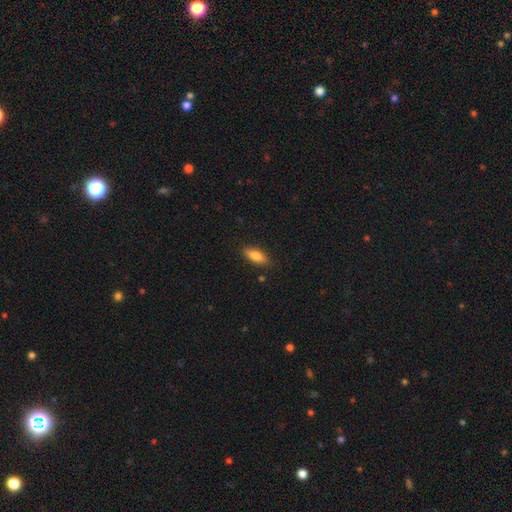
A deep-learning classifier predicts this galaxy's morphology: This is likely a smooth galaxy (79%). How rounded: likely in between (71%). Merging: clearly none (85%).